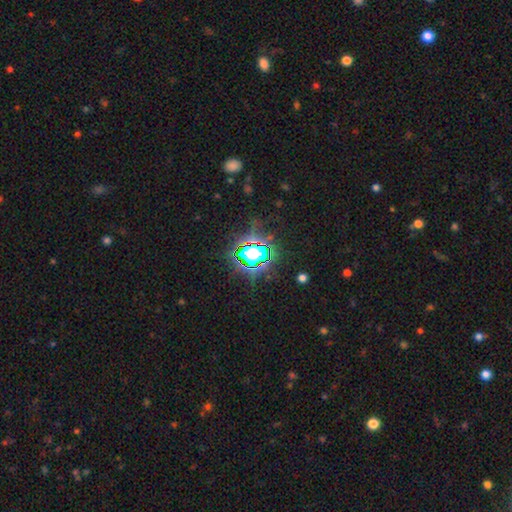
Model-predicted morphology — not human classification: star or artifact 74%, smooth 16%, featured or disk 10%.